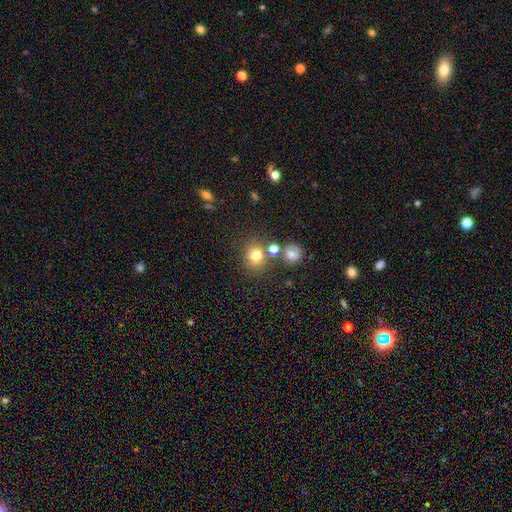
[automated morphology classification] Smooth or featured?
  - smooth: 76% *
  - star or artifact: 16%
  - featured or disk: 9%
How rounded?
  - round: 75% *
  - in between: 24%
  - cigar-shaped: 1%
Merging?
  - none: 67% *
  - merger: 18%
  - minor disturbance: 11%
  - major disturbance: 5%